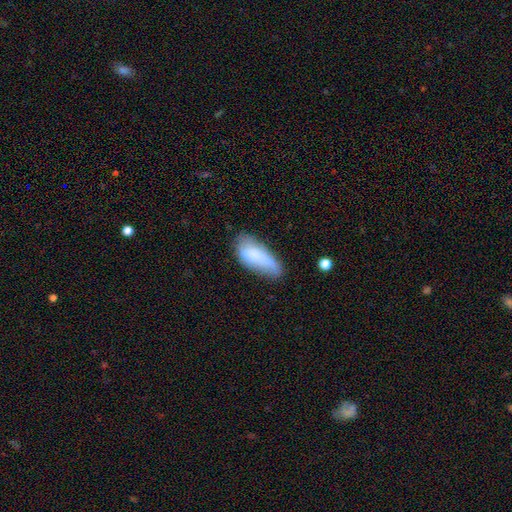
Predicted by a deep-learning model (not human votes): smooth_or_featured: smooth (p=0.66) [alt: featured or disk p=0.26]
how_rounded: in between (p=0.73) [alt: cigar-shaped p=0.25]
merging: none (p=0.39) [alt: minor disturbance p=0.37]